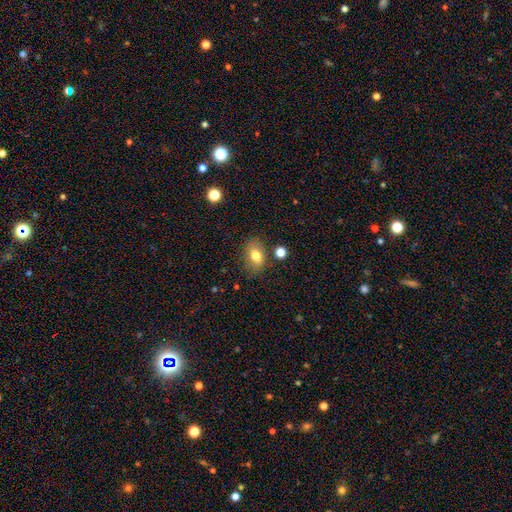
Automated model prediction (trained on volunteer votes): smooth 74%, featured or disk 16%, star or artifact 10%. Down the decision tree: how rounded — in between (82%); merging — none (77%).